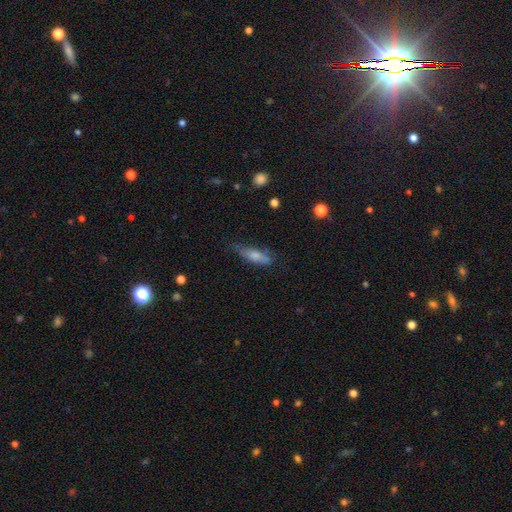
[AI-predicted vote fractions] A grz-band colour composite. It shows a smooth galaxy with no disk features (69%) that is cigar-shaped (53%). Merging: none (54%).